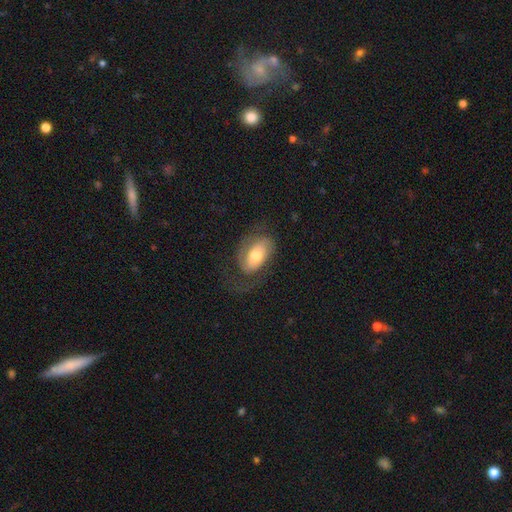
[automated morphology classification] featured or disk 62%, smooth 32%, star or artifact 6%. Down the decision tree: edge-on disk — no (94%); bar — no (68%); spiral arms — yes (85%); bulge size — moderate (64%); merging — none (57%).